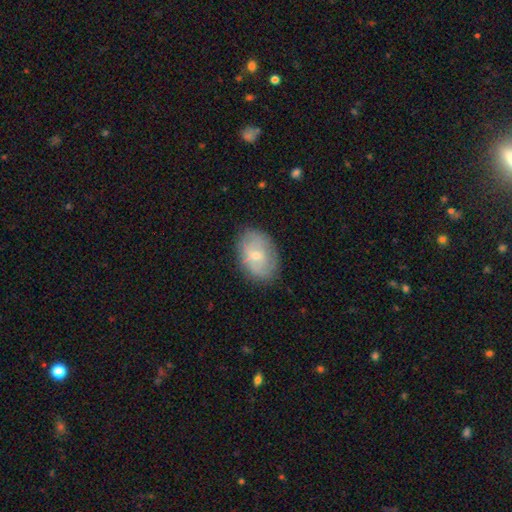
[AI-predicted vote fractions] A smooth galaxy with no disk features (49%).

Vote fractions:
- Smooth or featured? smooth: 49% / featured or disk: 44% / star or artifact: 7%
- Merging? none: 77% / minor disturbance: 17% / major disturbance: 5% / merger: 1%